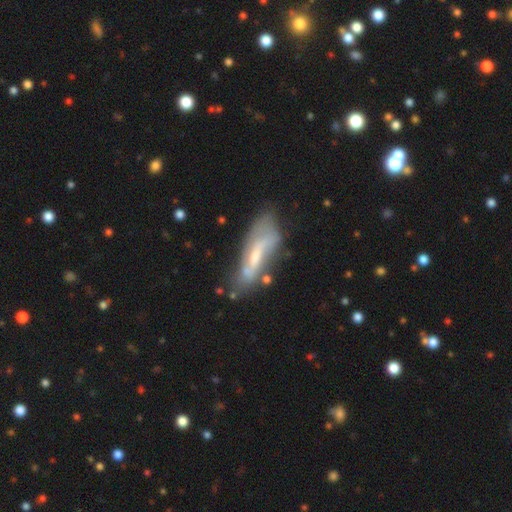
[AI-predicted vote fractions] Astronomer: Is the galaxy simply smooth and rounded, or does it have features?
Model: featured or disk — 61%.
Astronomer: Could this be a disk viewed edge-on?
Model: no — 71%.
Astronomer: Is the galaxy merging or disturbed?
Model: none — 58%.